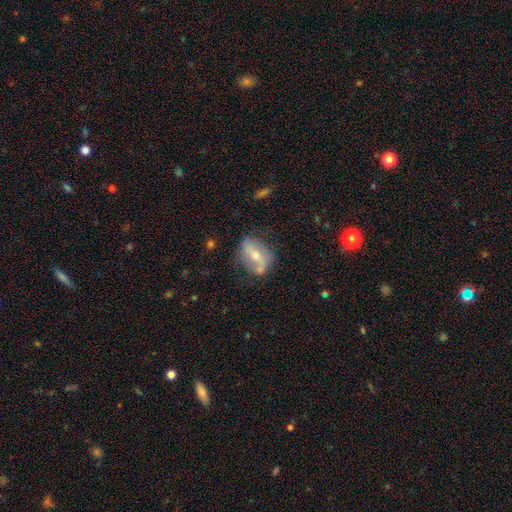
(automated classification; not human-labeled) This appears to be a featured or disk galaxy (61%) with a strong bar (40%), spiral arms (63%) and a moderate central bulge (54%). Merging: none (64%).